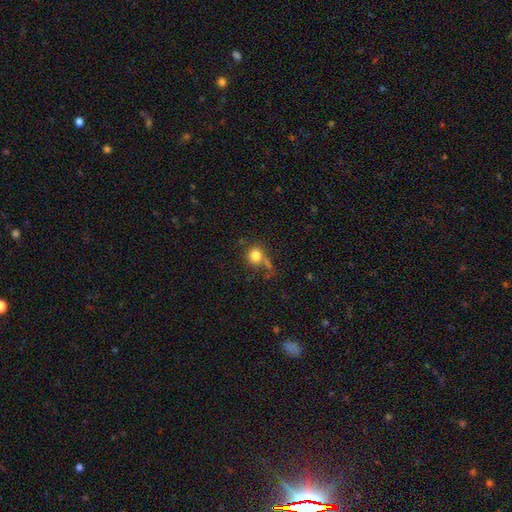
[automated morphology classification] smooth 80%, star or artifact 11%, featured or disk 10%. Down the decision tree: how rounded — round (88%); merging — none (54%).